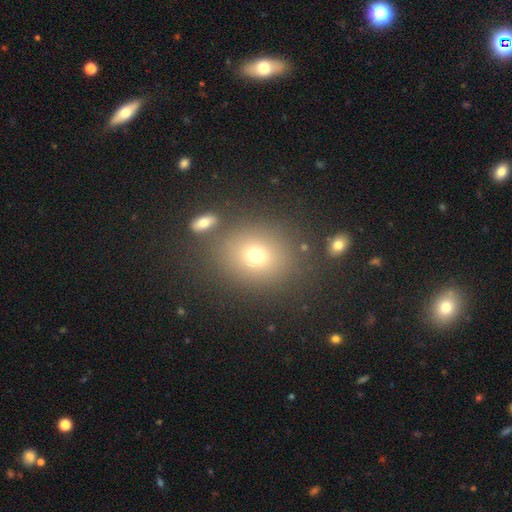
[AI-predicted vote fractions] Smooth or featured? Predicted: smooth (p=0.71). How rounded? Predicted: round (p=0.68). Merging? Predicted: none (p=0.80).